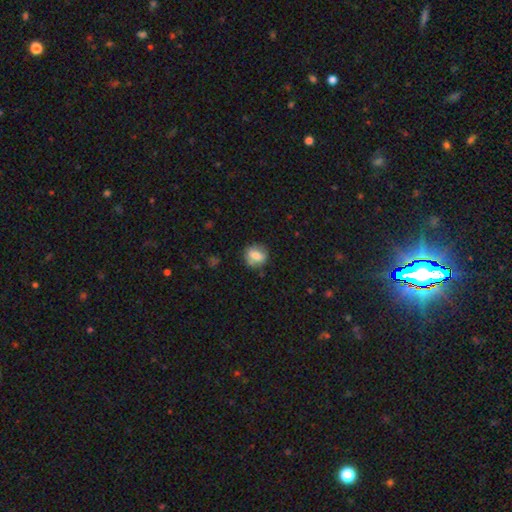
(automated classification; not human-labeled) Morphology: type=smooth (72%); roundness=round (72%); merging=none (76%).